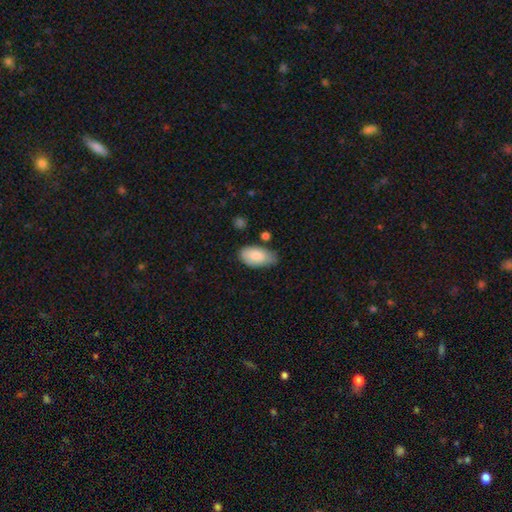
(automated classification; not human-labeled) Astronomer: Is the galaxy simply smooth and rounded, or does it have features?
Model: smooth — 84%.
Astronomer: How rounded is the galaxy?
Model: in between — 95%.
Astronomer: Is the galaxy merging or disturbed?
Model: none — 56% (runner-up: minor disturbance, 34%).